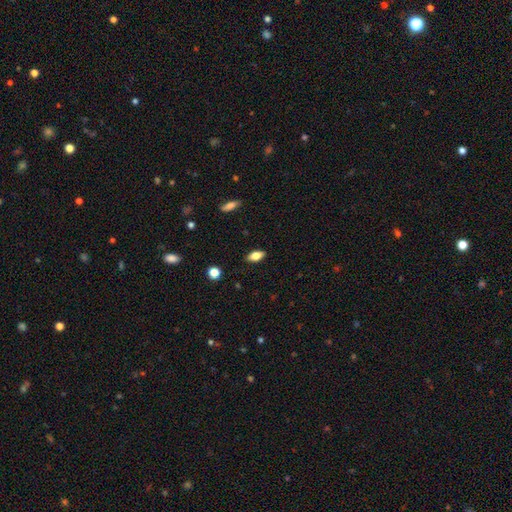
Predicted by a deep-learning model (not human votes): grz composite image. It shows a smooth galaxy with no disk features (76%) that is in between round and cigar-shaped (86%). Merging: none (87%).